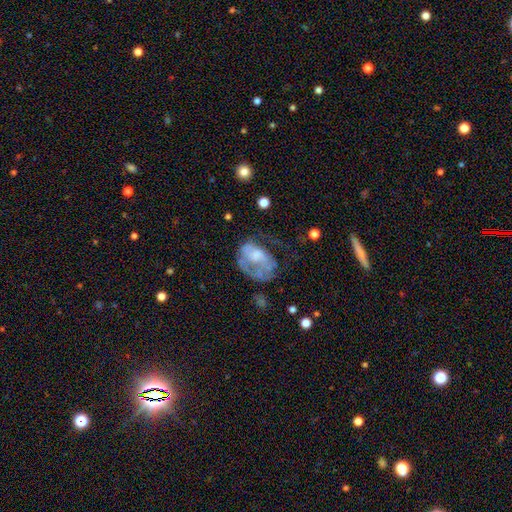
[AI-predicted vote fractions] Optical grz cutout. It shows a featured or disk galaxy (56%) with no bar (76%), no spiral arms (62%) and a moderate central bulge (34%). Merging: major disturbance (47%).